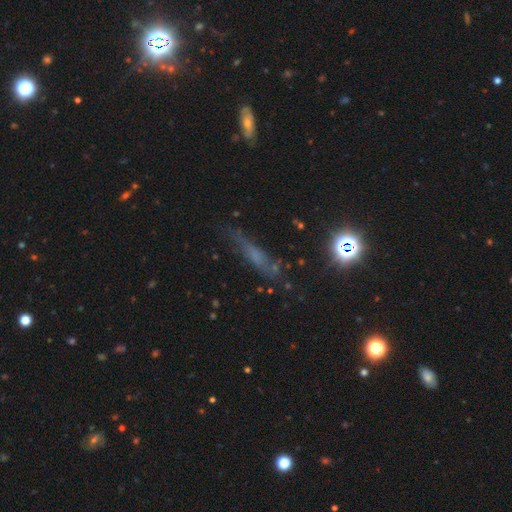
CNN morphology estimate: Overall: featured or disk (38%; smooth 36%). Merging: none (65%).